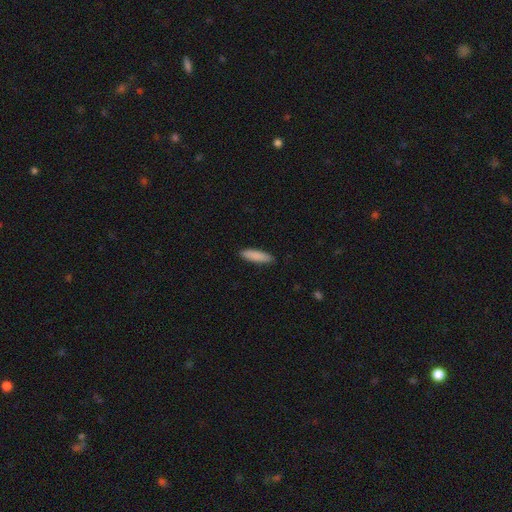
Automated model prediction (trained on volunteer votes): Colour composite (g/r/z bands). It shows a smooth galaxy with no disk features (87%) that is cigar-shaped (71%). Merging: none (89%).